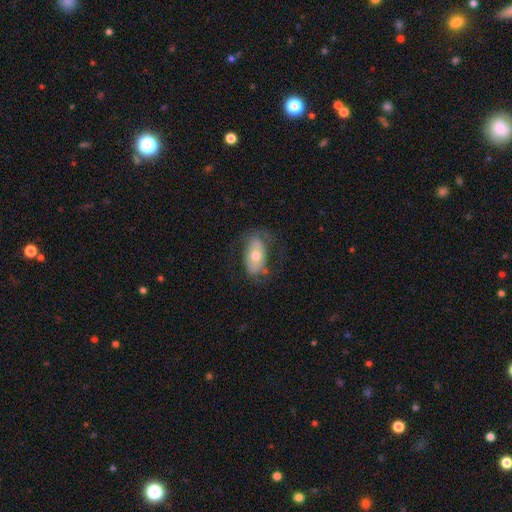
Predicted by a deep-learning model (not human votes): smooth_or_featured: smooth (p=0.56) [alt: featured or disk p=0.37]
how_rounded: in between (p=0.91) [alt: round p=0.06]
merging: none (p=0.59) [alt: minor disturbance p=0.25]